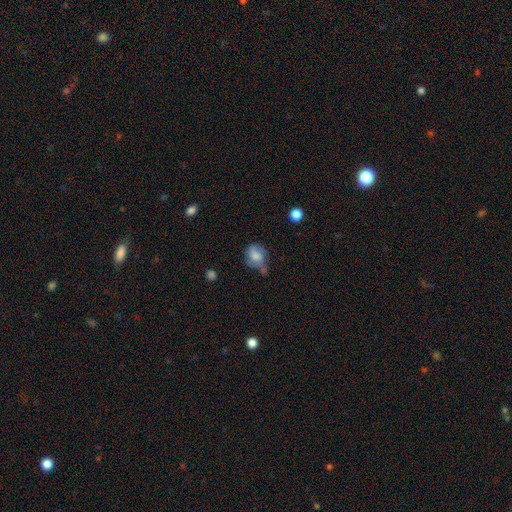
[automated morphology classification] type=smooth (66%); roundness=in between (51%); merging=none (36%).